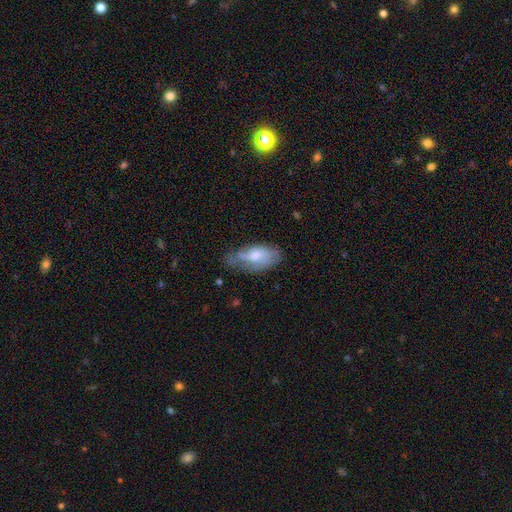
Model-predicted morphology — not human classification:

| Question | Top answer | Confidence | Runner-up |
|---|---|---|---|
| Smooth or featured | smooth | 52% | featured or disk (41%) |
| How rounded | in between | 90% | cigar-shaped (7%) |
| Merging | none | 47% | minor disturbance (34%) |